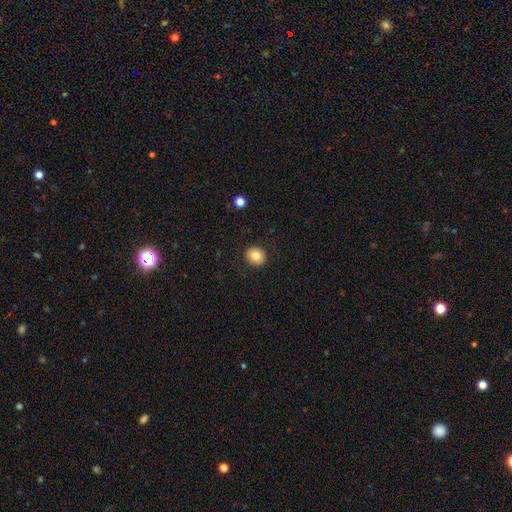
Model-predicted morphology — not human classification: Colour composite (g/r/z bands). It shows a smooth galaxy with no disk features (80%) that is round (82%). Merging: none (91%).